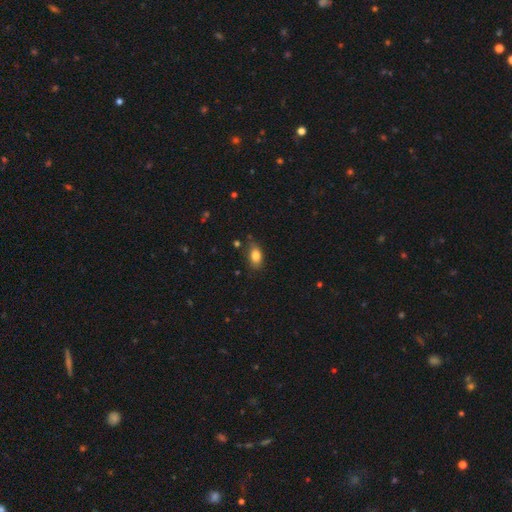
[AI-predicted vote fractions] smooth 83%, star or artifact 9%, featured or disk 8%. Down the decision tree: how rounded — in between (86%); merging — none (72%).